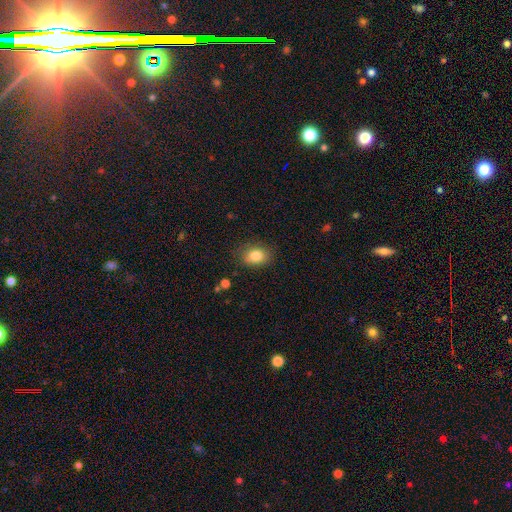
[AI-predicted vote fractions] smooth-or-featured: smooth: 83% | star or artifact: 9% | featured or disk: 8%
  how-rounded: in between: 68% | round: 31% | cigar-shaped: 1%
  merging: none: 79% | minor disturbance: 15% | major disturbance: 4% | merger: 2%